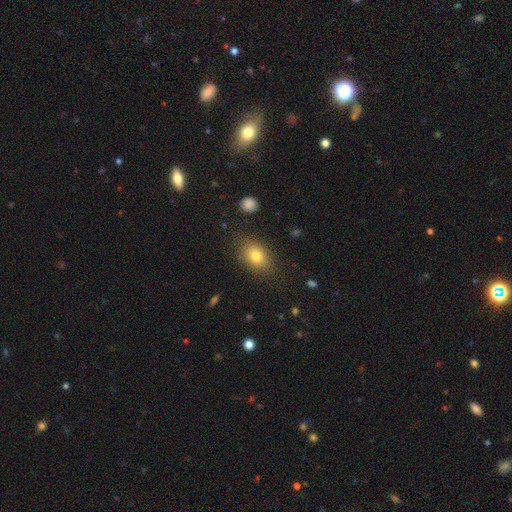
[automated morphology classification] Smooth or featured: smooth — 79% (featured or disk — 11%)
How rounded: in between — 79% (round — 19%)
Merging: none — 81% (minor disturbance — 13%)